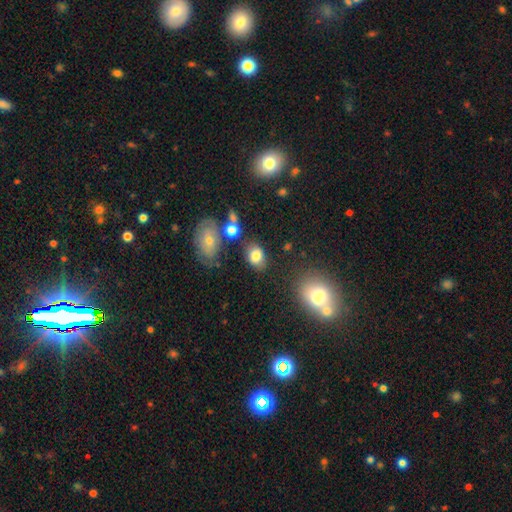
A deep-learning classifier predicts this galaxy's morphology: This is likely a smooth galaxy (80%). How rounded: likely in between (71%). Merging: likely none (70%).